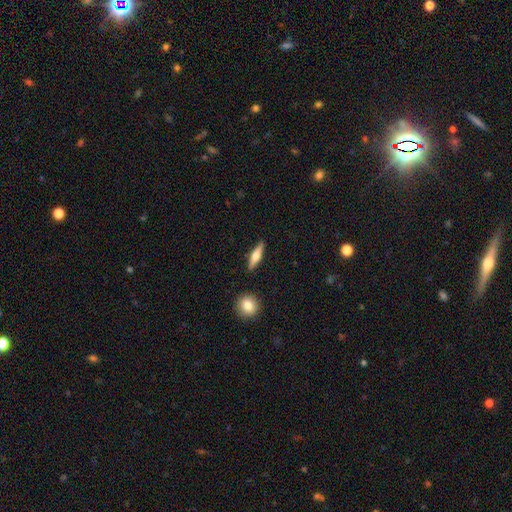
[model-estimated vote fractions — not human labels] featured or disk 52%, smooth 43%, star or artifact 6%. Down the decision tree: edge-on disk — yes (95%); merging — none (89%).